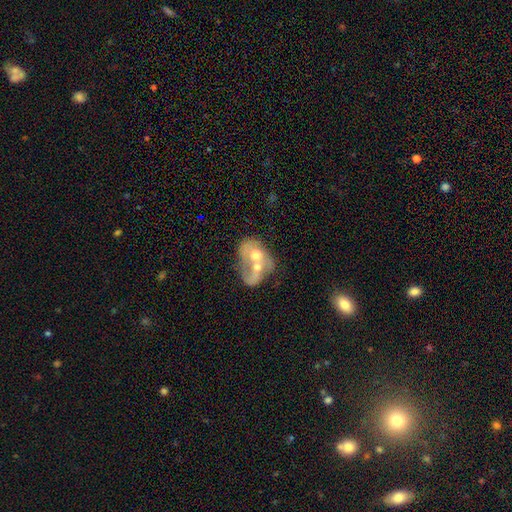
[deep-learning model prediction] smooth-or-featured: featured or disk: 55% | smooth: 37% | star or artifact: 8%
  disk-edge-on: no: 96% | yes: 4%
    bar: no: 80% | weak: 16% | strong: 4%
    has-spiral-arms: no: 65% | yes: 35%
    bulge-size: moderate: 69% | small: 16% | large: 9% | none: 4% | dominant: 2%
  merging: merger: 79% | none: 9% | major disturbance: 7% | minor disturbance: 5%